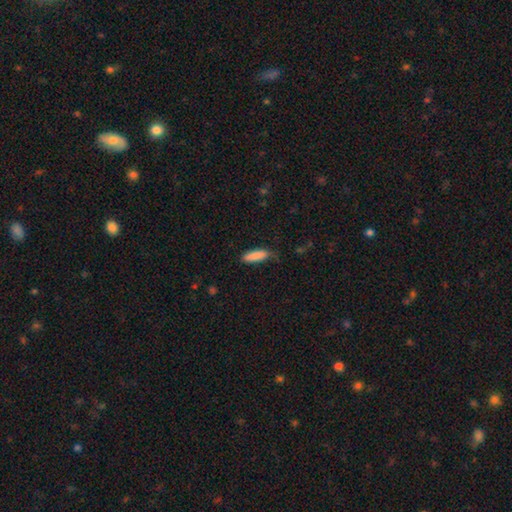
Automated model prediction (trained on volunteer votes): A smooth galaxy with no disk features (87%) that is cigar-shaped (57%). Merging: none (66%).